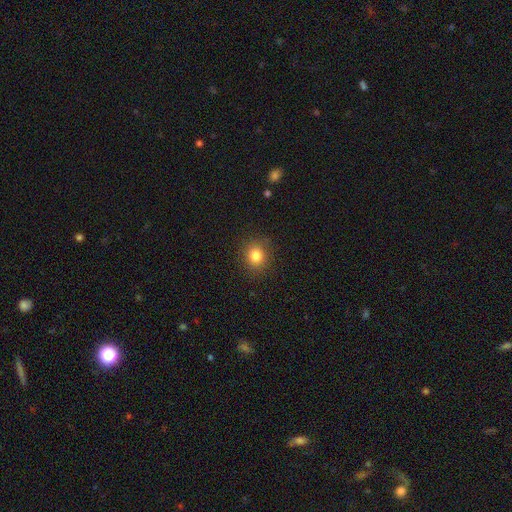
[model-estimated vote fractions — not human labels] This is clearly a smooth galaxy (82%). How rounded: likely round (79%). Merging: clearly none (87%).